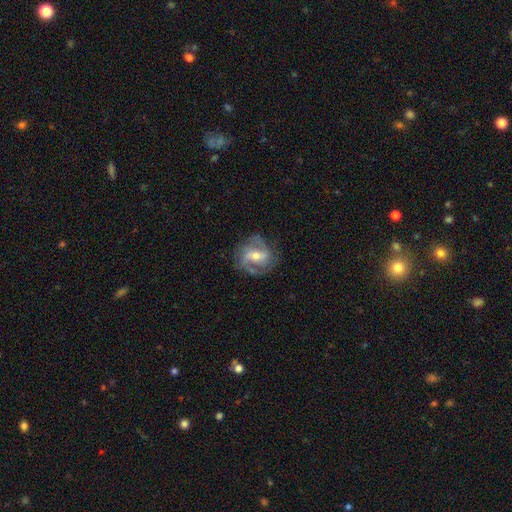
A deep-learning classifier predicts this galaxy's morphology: Overall: featured or disk (81%). Edge-on disk: no (96%). Bar: weak (44%; strong 35%). Spiral arms: yes (92%). Spiral arm count: 2 (70%). Spiral winding: medium (49%; loose 28%). Bulge size: moderate (55%; small 40%). Merging: none (73%).